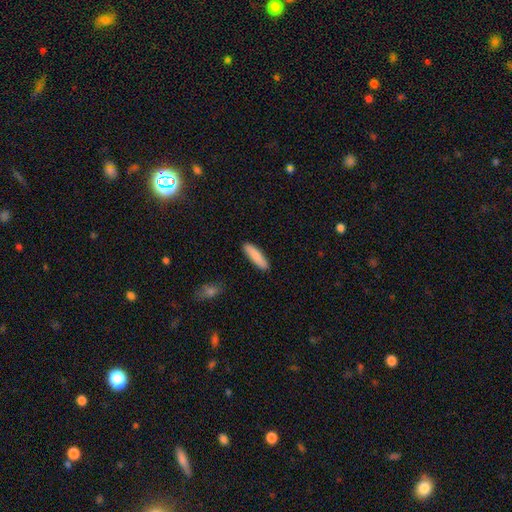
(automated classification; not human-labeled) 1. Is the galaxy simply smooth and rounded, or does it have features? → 85% smooth, 9% featured or disk, 5% star or artifact.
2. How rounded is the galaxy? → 74% cigar-shaped, 25% in between, 1% round.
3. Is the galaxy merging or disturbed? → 89% none, 8% minor disturbance, 2% major disturbance, 1% merger.